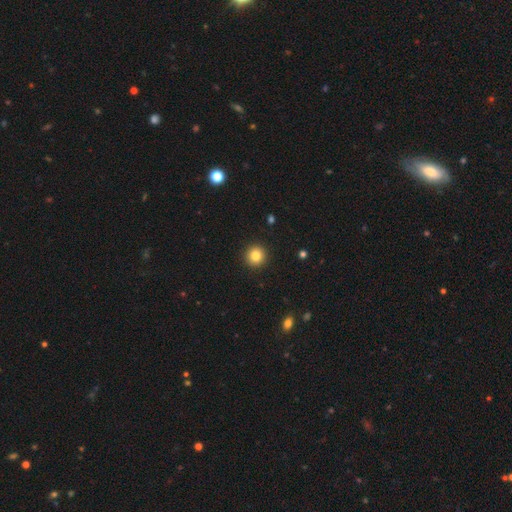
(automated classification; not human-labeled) The model was most divided on "smooth or featured": smooth: 83%, star or artifact: 11%, featured or disk: 6%. More confident: how rounded — round (95%); merging — none (93%).